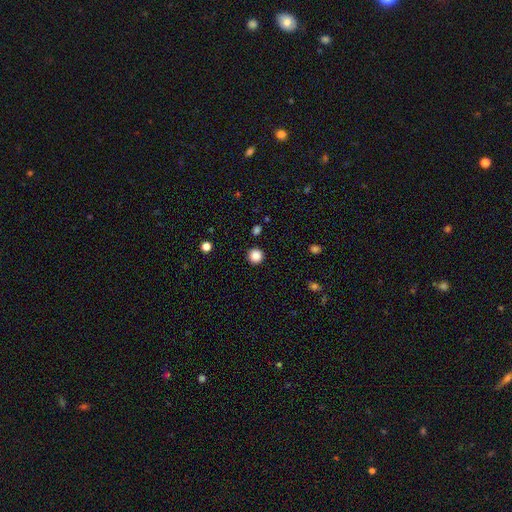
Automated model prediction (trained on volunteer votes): The model was most divided on "smooth or featured": smooth: 86%, star or artifact: 11%, featured or disk: 3%. More confident: how rounded — round (95%); merging — none (92%).